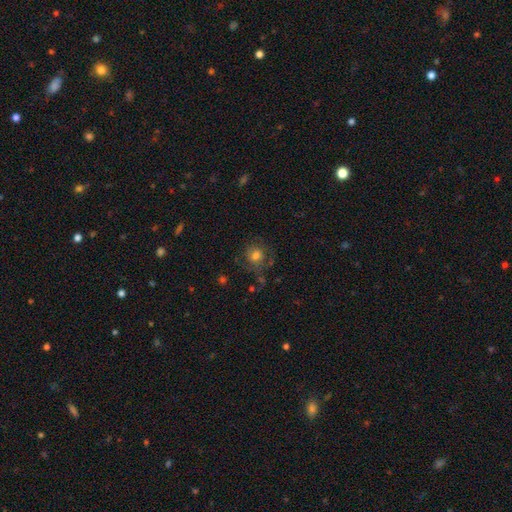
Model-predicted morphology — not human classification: smooth 69%, featured or disk 18%, star or artifact 13%. Down the decision tree: how rounded — round (83%); merging — none (65%).